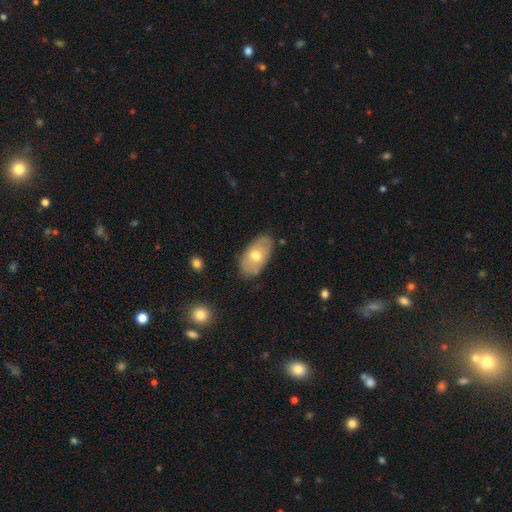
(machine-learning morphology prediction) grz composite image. It shows a smooth galaxy with no disk features (58%) that is in between round and cigar-shaped (93%). Merging: none (80%).